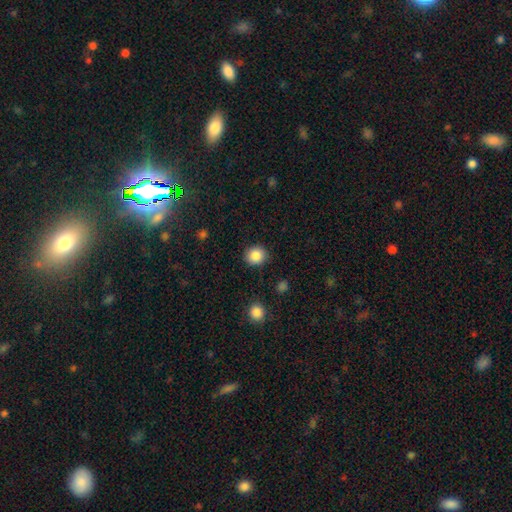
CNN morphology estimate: Q: Smooth or featured?
A: smooth (86%); runner-up: star or artifact (9%)
Q: How rounded?
A: round (89%); runner-up: in between (11%)
Q: Merging?
A: none (90%); runner-up: minor disturbance (6%)